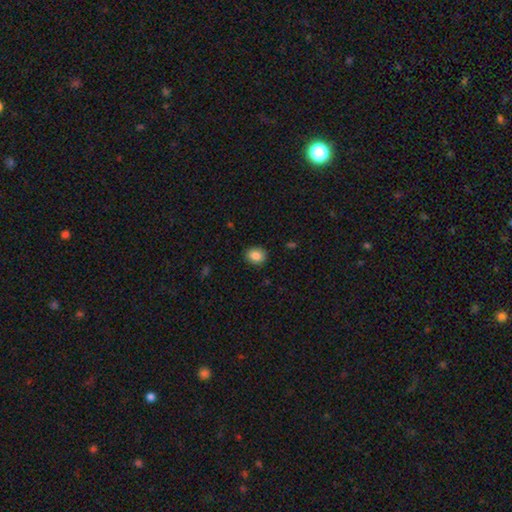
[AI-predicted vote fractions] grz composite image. It shows a smooth galaxy with no disk features (86%) that is round (57%). Merging: none (89%).